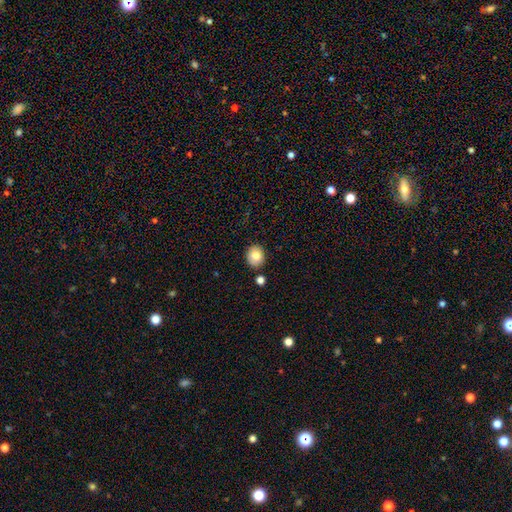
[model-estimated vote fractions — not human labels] Smooth or featured?
  - smooth: 80% *
  - featured or disk: 11%
  - star or artifact: 9%
How rounded?
  - round: 72% *
  - in between: 27%
  - cigar-shaped: 1%
Merging?
  - none: 86% *
  - minor disturbance: 8%
  - merger: 4%
  - major disturbance: 2%